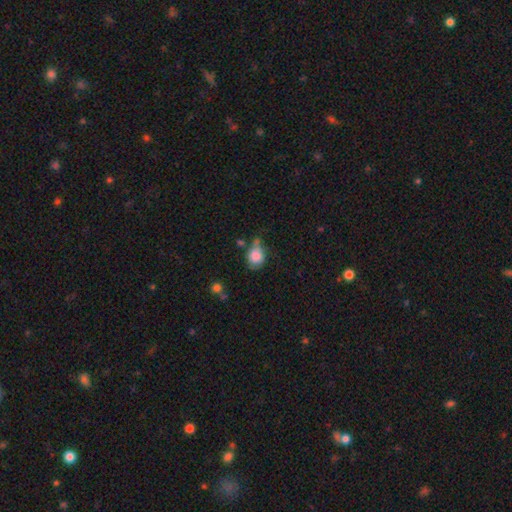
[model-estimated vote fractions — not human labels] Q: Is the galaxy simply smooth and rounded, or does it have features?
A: smooth — 83%.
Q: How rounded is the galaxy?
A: round — 65%.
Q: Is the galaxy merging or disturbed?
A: none — 46%.